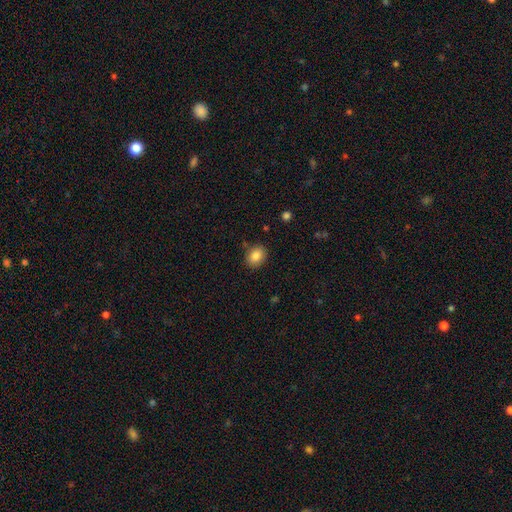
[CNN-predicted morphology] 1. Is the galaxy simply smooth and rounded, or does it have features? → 85% smooth, 9% star or artifact, 6% featured or disk.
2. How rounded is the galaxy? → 56% in between, 43% round, 1% cigar-shaped.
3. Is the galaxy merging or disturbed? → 85% none, 11% minor disturbance, 3% major disturbance, 2% merger.